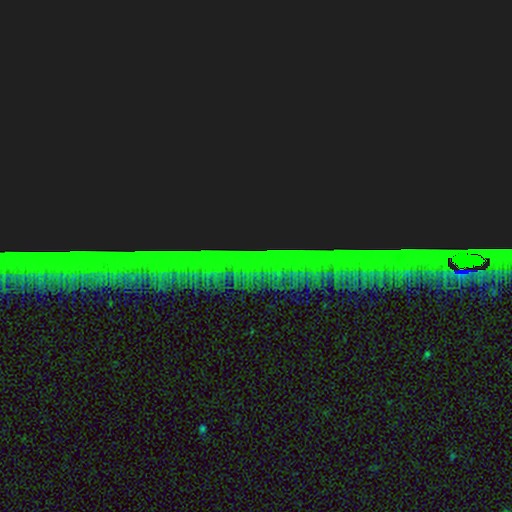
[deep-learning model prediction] A star or artifact, not a galaxy (87%).